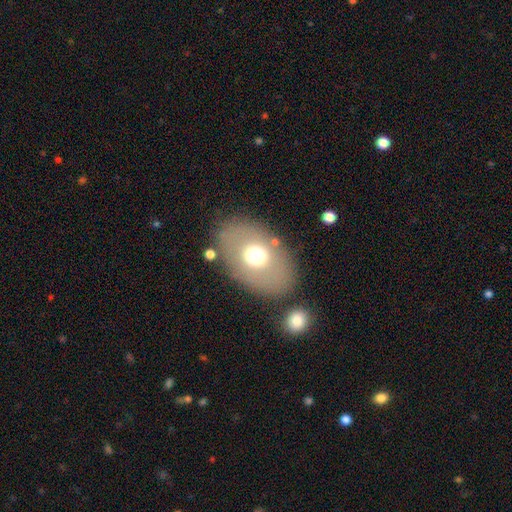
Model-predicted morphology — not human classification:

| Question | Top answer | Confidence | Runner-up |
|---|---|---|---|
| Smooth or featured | smooth | 62% | featured or disk (28%) |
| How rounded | in between | 79% | round (20%) |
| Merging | none | 79% | minor disturbance (11%) |